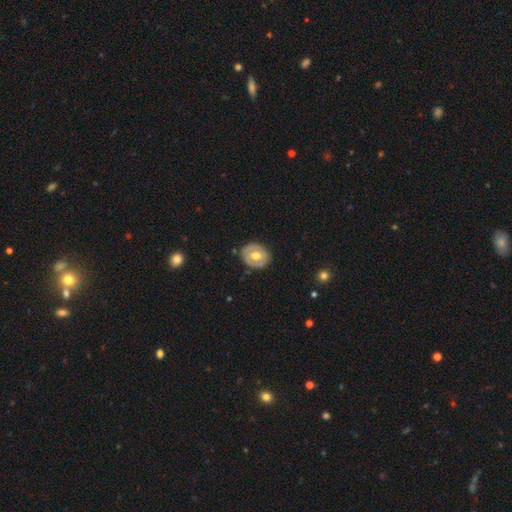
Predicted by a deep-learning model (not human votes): Overall: featured or disk (49%; smooth 45%). Merging: none (81%).